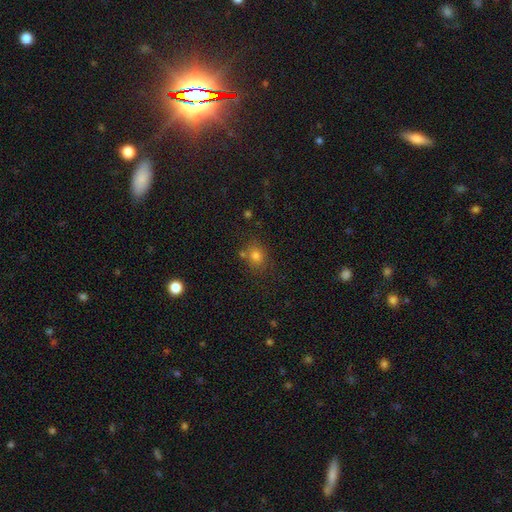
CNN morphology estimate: smooth 76%, star or artifact 16%, featured or disk 8%. Down the decision tree: how rounded — round (71%); merging — none (72%).